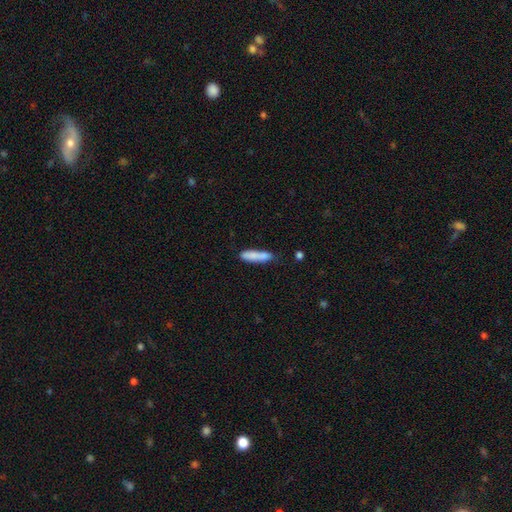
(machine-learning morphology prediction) This appears to be a smooth galaxy with no disk features (81%) that is cigar-shaped (79%). Merging: none (67%).